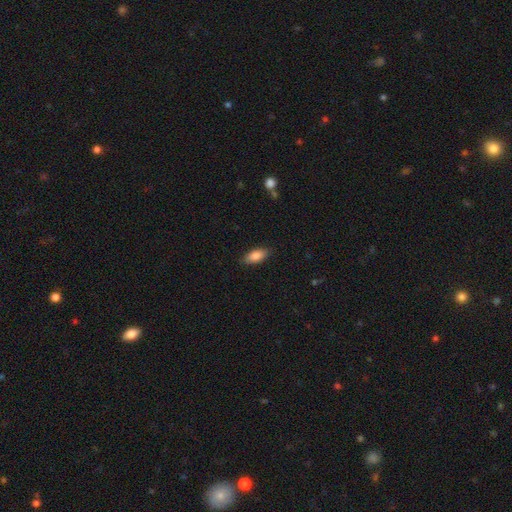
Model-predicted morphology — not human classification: Smooth or featured?
  - smooth: 84% *
  - featured or disk: 9%
  - star or artifact: 7%
How rounded?
  - in between: 84% *
  - cigar-shaped: 13%
  - round: 2%
Merging?
  - none: 86% *
  - minor disturbance: 11%
  - major disturbance: 2%
  - merger: 1%